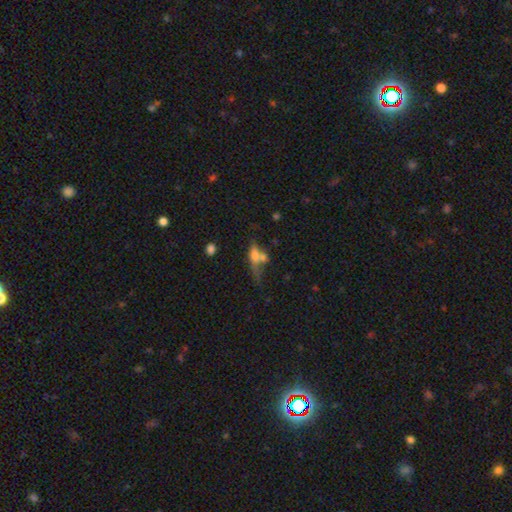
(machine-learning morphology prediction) Smooth or featured: smooth — 56% (featured or disk — 32%)
How rounded: in between — 54% (cigar-shaped — 38%)
Merging: merger — 34% (none — 29%)